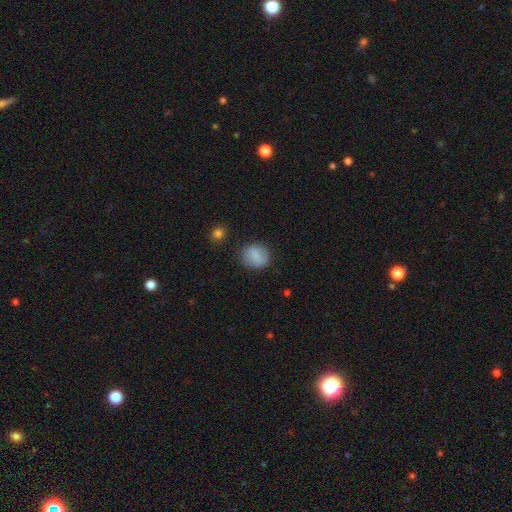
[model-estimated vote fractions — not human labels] Smooth or featured? Predicted: smooth (p=0.82). How rounded? Predicted: round (p=0.70). Merging? Predicted: none (p=0.81).